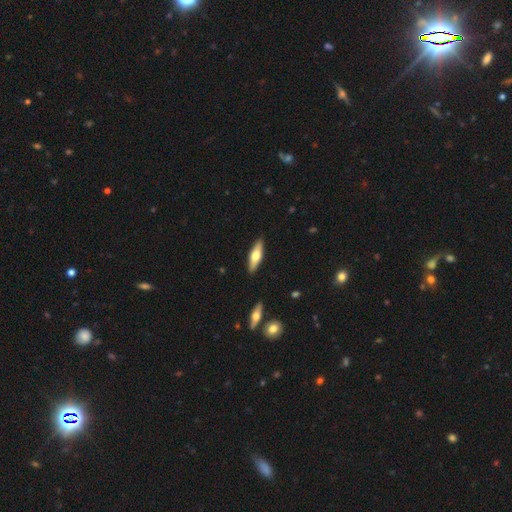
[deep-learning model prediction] A smooth galaxy with no disk features (55%) that is cigar-shaped (54%).

Vote fractions:
- Smooth or featured? smooth: 55% / featured or disk: 39% / star or artifact: 6%
- How rounded? cigar-shaped: 54% / in between: 44% / round: 2%
- Merging? none: 89% / minor disturbance: 8% / major disturbance: 2% / merger: 1%